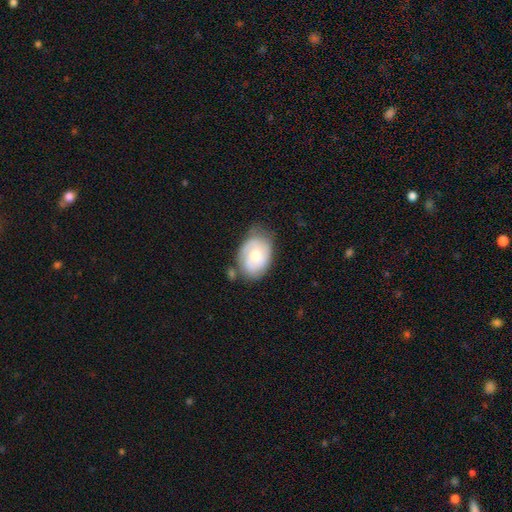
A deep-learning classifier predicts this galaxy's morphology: Q: Smooth or featured?
A: featured or disk (55%); runner-up: smooth (39%)
Q: Edge-on disk?
A: no (96%); runner-up: yes (4%)
Q: Bar?
A: no (71%); runner-up: weak (25%)
Q: Spiral arms?
A: yes (79%); runner-up: no (21%)
Q: Bulge size?
A: moderate (62%); runner-up: small (31%)
Q: Merging?
A: none (60%); runner-up: minor disturbance (27%)